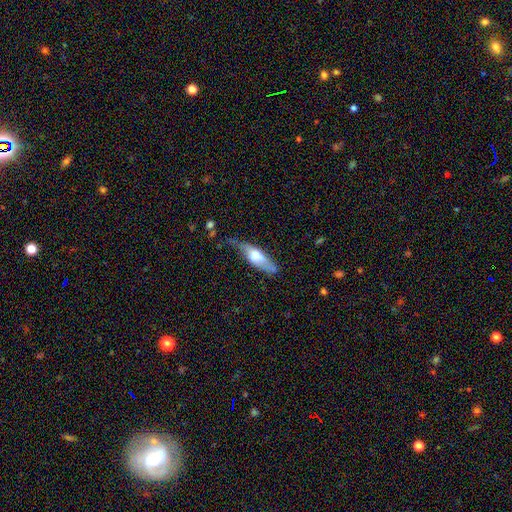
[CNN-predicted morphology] Smooth or featured? featured or disk (48%)
Merging? none (48%)